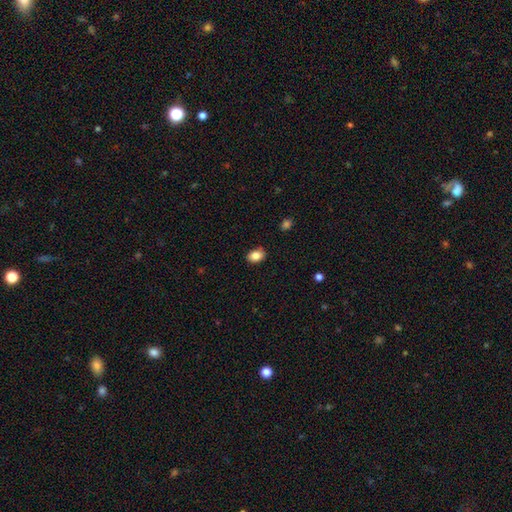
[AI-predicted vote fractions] smooth-or-featured: smooth: 85% | star or artifact: 9% | featured or disk: 6%
  how-rounded: in between: 77% | round: 22% | cigar-shaped: 1%
  merging: none: 83% | minor disturbance: 13% | major disturbance: 2% | merger: 1%